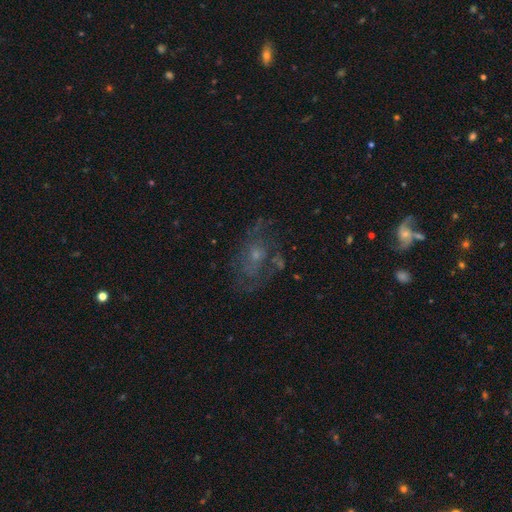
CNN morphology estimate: This appears to be a featured or disk galaxy (64%) with no bar (80%), spiral arms (65%) and a small central bulge (61%). Merging: none (56%).